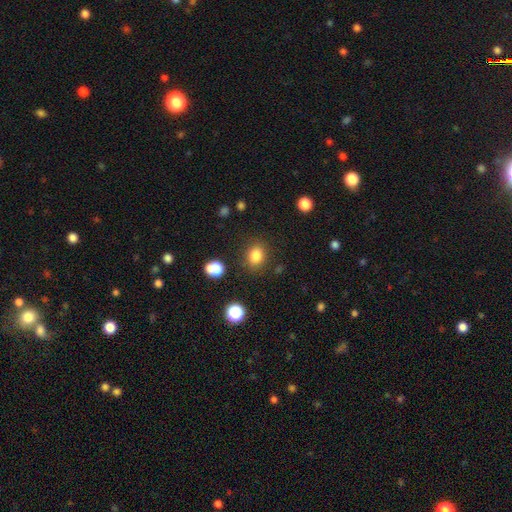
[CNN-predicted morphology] Smooth or featured? Predicted: smooth (p=0.83). How rounded? Predicted: round (p=0.58). Merging? Predicted: none (p=0.83).